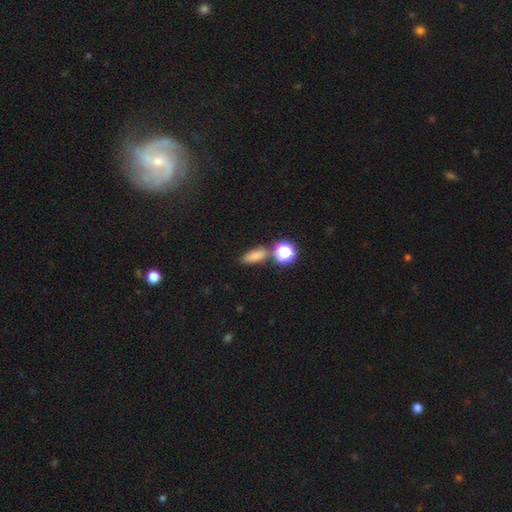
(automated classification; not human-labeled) This is likely a smooth galaxy (76%). How rounded: likely in between (60%). Merging: likely none (70%).